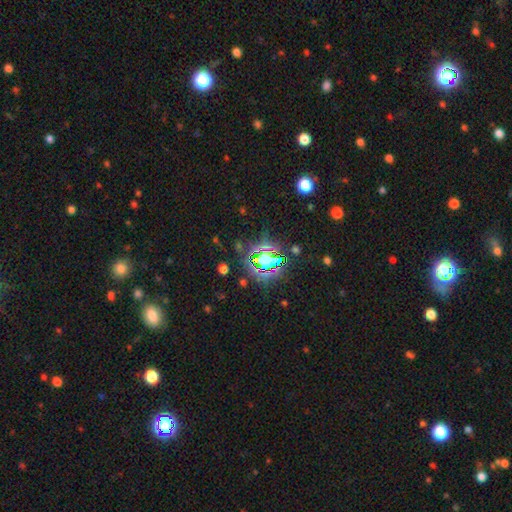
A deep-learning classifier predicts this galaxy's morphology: smooth_or_featured: star or artifact (p=0.71) [alt: smooth p=0.18]